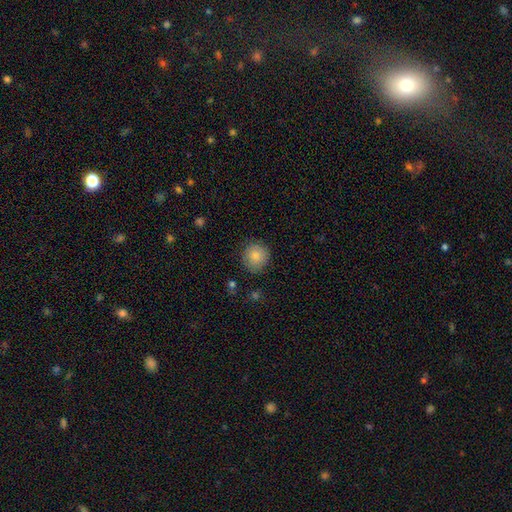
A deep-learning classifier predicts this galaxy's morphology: A smooth galaxy with no disk features (84%) that is round (90%).

Vote fractions:
- Smooth or featured? smooth: 84% / star or artifact: 8% / featured or disk: 8%
- How rounded? round: 90% / in between: 9% / cigar-shaped: 1%
- Merging? none: 85% / minor disturbance: 11% / major disturbance: 3% / merger: 1%